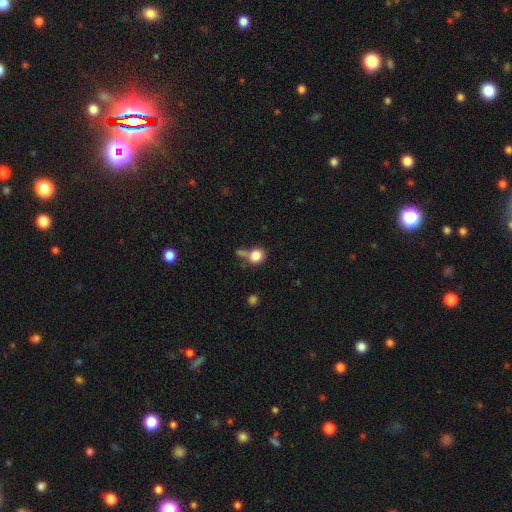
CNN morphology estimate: Smooth or featured? Predicted: smooth (p=0.83). How rounded? Predicted: round (p=0.80). Merging? Predicted: none (p=0.50).